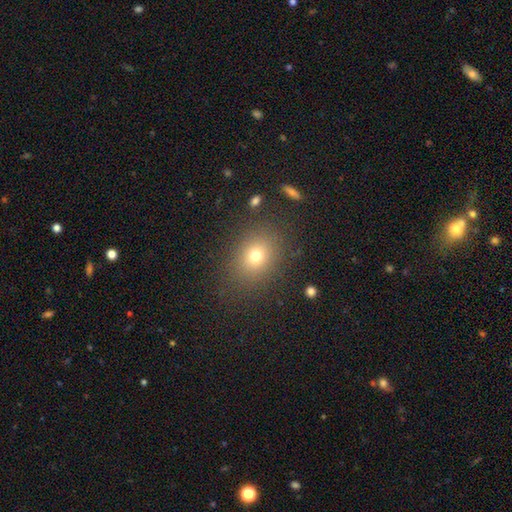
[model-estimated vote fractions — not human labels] smooth-or-featured: smooth: 74% | star or artifact: 16% | featured or disk: 11%
  how-rounded: round: 55% | in between: 44% | cigar-shaped: 1%
  merging: none: 84% | minor disturbance: 10% | major disturbance: 5% | merger: 2%